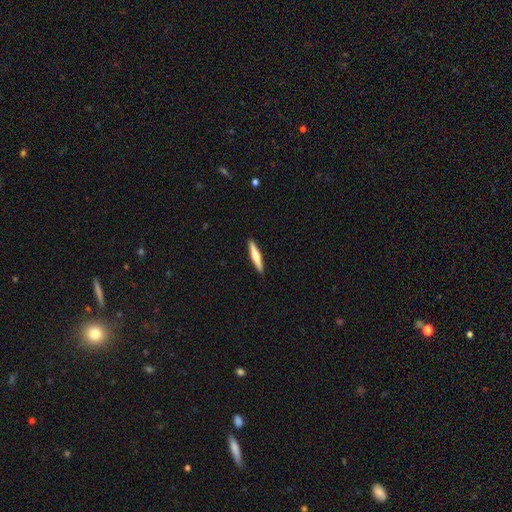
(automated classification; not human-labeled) Overall: smooth (49%; featured or disk 46%). Merging: none (91%).